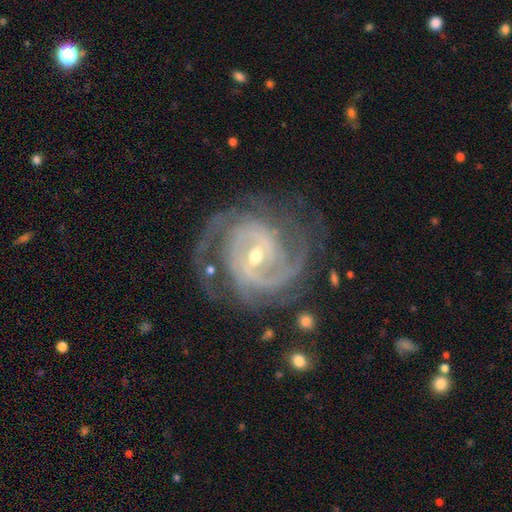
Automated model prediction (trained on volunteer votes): smooth-or-featured: featured or disk: 92% | star or artifact: 5% | smooth: 3%
  disk-edge-on: no: 98% | yes: 2%
    bar: weak: 47% | strong: 28% | no: 25%
    has-spiral-arms: yes: 98% | no: 2%
      spiral-winding: tight: 55% | medium: 38% | loose: 6%
      spiral-arm-count: 2: 44% | 3: 24% | can't tell: 12% | 4: 9% | more than 4: 5% | 1: 5%
    bulge-size: small: 52% | moderate: 45% | large: 2% | none: 1% | dominant: 1%
  merging: none: 71% | minor disturbance: 18% | major disturbance: 10% | merger: 2%